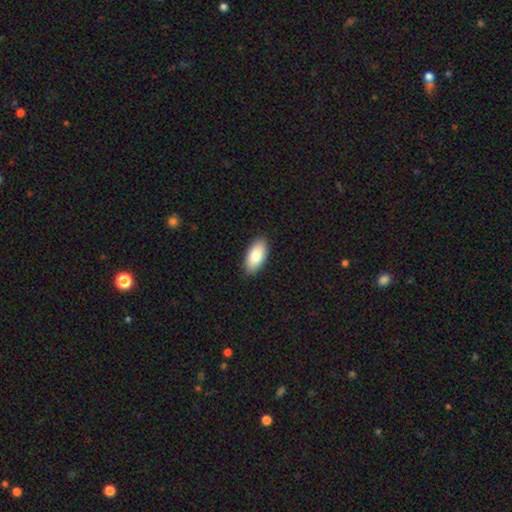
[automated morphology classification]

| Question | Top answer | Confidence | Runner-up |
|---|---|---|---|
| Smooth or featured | smooth | 85% | featured or disk (9%) |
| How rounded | in between | 93% | cigar-shaped (5%) |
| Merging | none | 89% | minor disturbance (9%) |